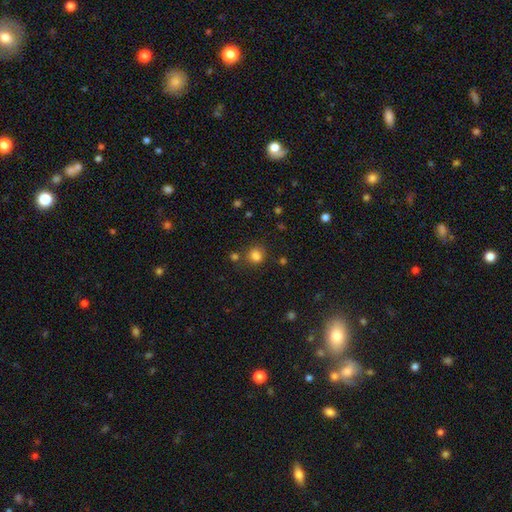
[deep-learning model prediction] smooth 81%, star or artifact 14%, featured or disk 5%. Down the decision tree: how rounded — round (75%); merging — none (72%).